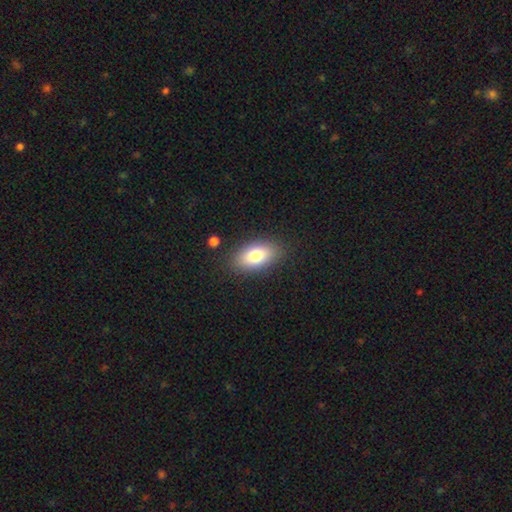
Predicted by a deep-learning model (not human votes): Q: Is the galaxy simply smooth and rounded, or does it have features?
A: smooth — 79%.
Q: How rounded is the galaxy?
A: in between — 91%.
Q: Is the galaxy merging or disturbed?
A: none — 85%.